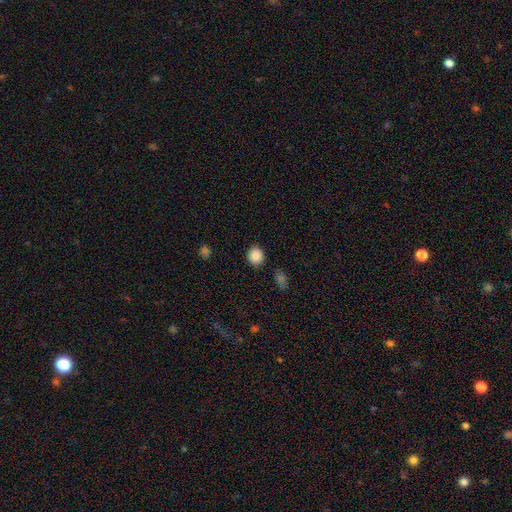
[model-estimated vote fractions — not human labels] Morphology: type=smooth (88%); roundness=round (84%); merging=none (88%).